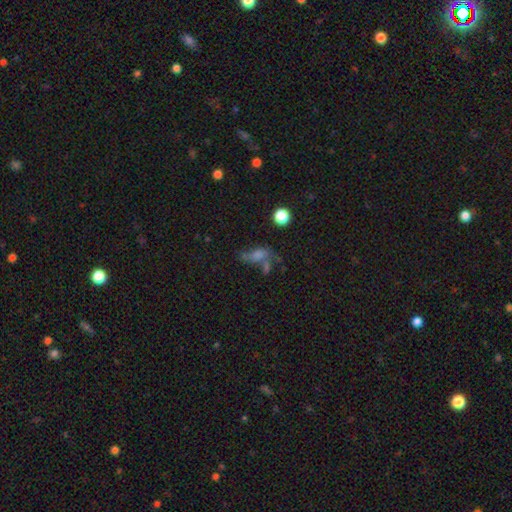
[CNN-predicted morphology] Smooth or featured: smooth — 47% (featured or disk — 29%)
Merging: none — 37% (major disturbance — 22%)